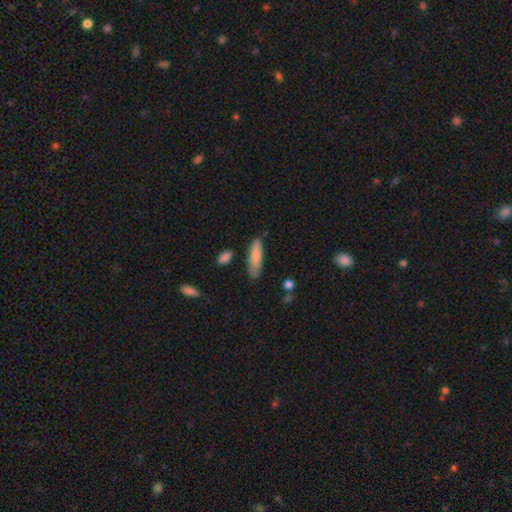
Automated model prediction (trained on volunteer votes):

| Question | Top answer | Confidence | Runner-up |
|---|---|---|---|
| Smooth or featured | smooth | 81% | featured or disk (13%) |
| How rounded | cigar-shaped | 60% | in between (38%) |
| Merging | none | 79% | minor disturbance (15%) |